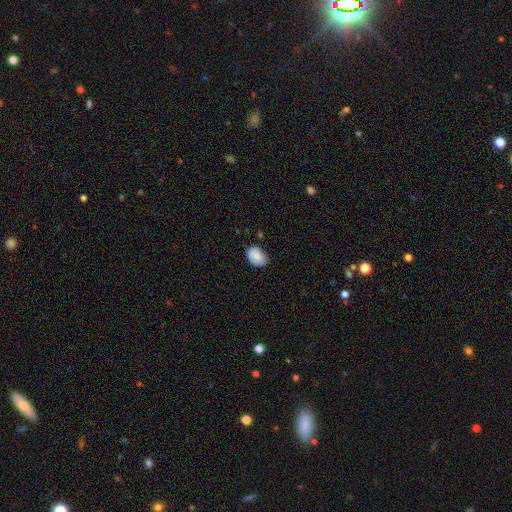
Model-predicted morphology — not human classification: This is clearly a smooth galaxy (85%). How rounded: likely in between (75%). Merging: likely none (69%).